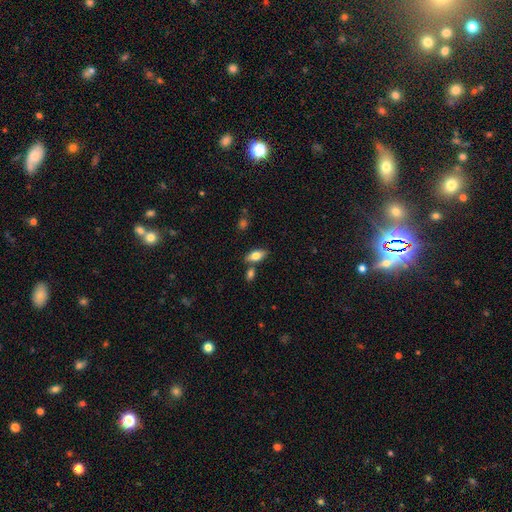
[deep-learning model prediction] Smooth or featured?
  - smooth: 71% *
  - featured or disk: 22%
  - star or artifact: 7%
How rounded?
  - in between: 84% *
  - cigar-shaped: 12%
  - round: 4%
Merging?
  - none: 74% *
  - minor disturbance: 12%
  - merger: 11%
  - major disturbance: 3%